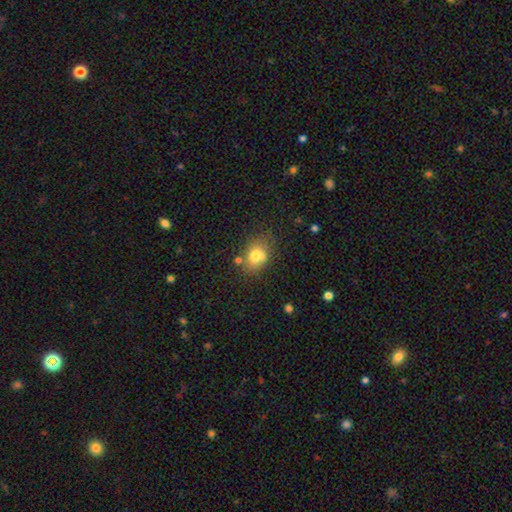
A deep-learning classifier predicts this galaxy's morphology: A smooth galaxy with no disk features (74%) that is in between round and cigar-shaped (61%). Merging: none (60%).